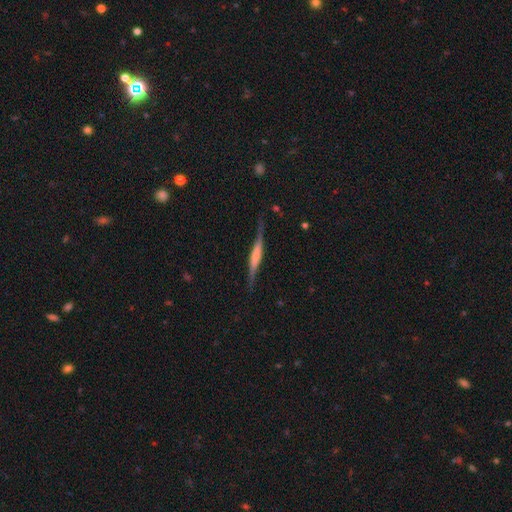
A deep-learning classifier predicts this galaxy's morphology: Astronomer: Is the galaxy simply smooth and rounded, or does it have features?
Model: featured or disk — 66%.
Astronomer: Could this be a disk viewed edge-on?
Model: yes — 95%.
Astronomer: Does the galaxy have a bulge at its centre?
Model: boxy — 47% (runner-up: rounded, 27%).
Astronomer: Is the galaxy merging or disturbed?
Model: none — 79%.